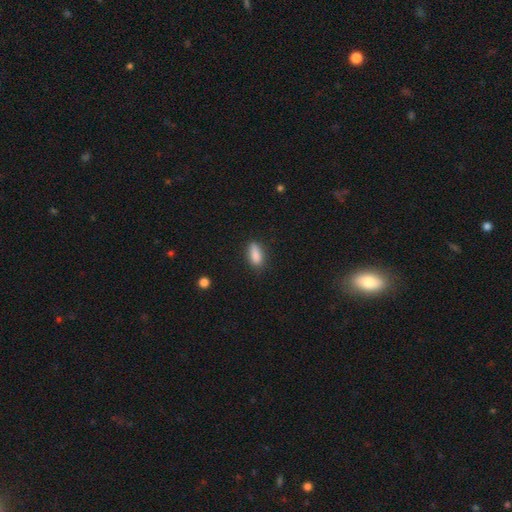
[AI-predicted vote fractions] A smooth galaxy with no disk features (84%) that is in between round and cigar-shaped (71%).

Vote fractions:
- Smooth or featured? smooth: 84% / featured or disk: 8% / star or artifact: 8%
- How rounded? in between: 71% / cigar-shaped: 25% / round: 4%
- Merging? none: 77% / minor disturbance: 18% / major disturbance: 4% / merger: 2%